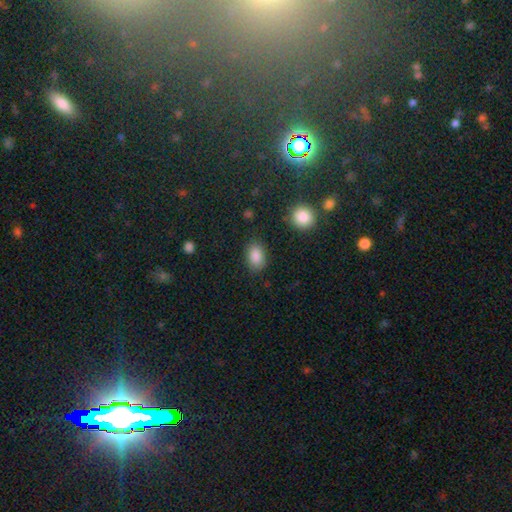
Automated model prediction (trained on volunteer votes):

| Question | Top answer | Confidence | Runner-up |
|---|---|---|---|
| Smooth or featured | smooth | 87% | star or artifact (9%) |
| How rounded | in between | 83% | round (15%) |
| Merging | none | 85% | minor disturbance (10%) |